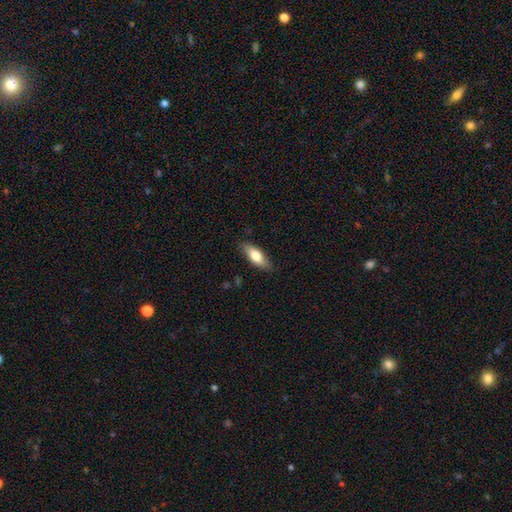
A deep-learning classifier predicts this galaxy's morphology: A smooth galaxy with no disk features (72%) that is in between round and cigar-shaped (68%). Merging: none (84%).